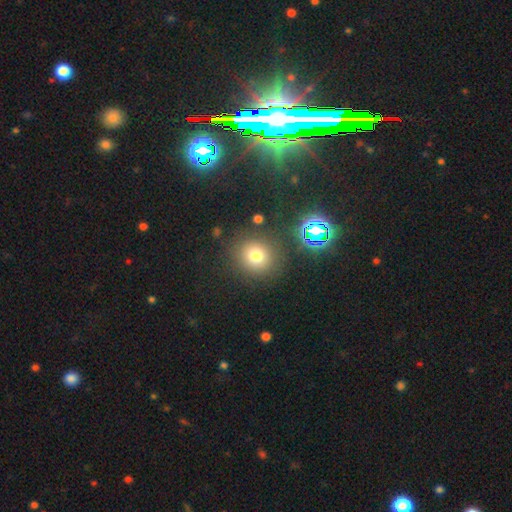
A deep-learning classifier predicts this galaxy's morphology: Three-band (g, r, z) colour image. It shows a smooth galaxy with no disk features (72%) that is round (87%). Merging: none (85%).